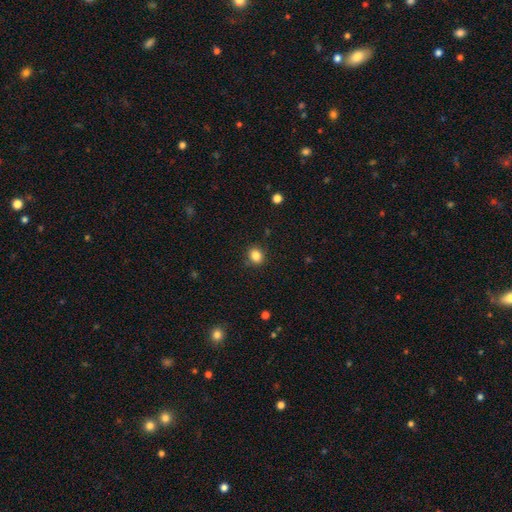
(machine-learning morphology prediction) Smooth or featured? smooth (85%)
How rounded? round (70%)
Merging? none (87%)